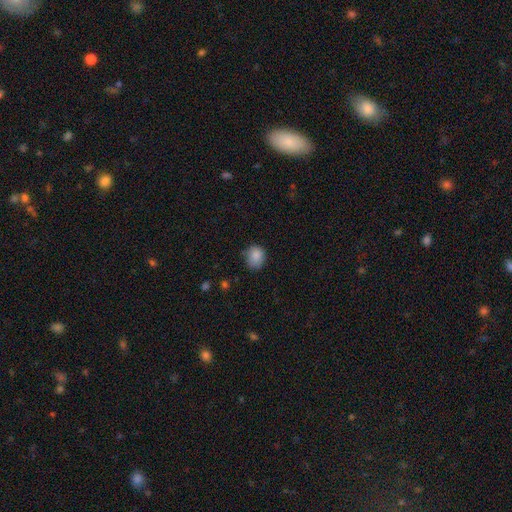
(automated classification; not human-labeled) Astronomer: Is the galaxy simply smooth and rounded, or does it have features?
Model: smooth — 86%.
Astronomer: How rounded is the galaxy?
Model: round — 66%.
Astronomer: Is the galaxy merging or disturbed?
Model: none — 69%.